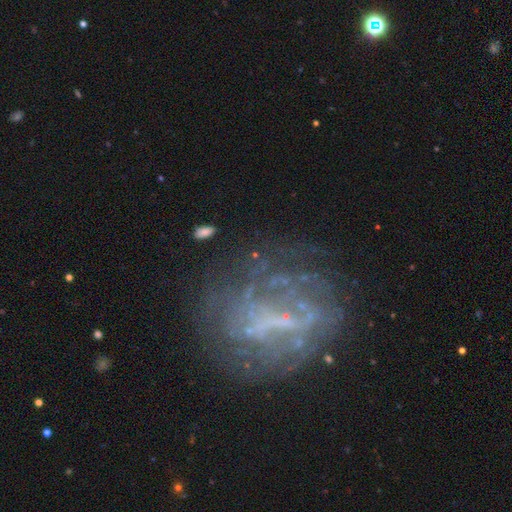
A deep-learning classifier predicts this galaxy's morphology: Smooth or featured?
  - featured or disk: 66% *
  - star or artifact: 18%
  - smooth: 16%
Edge-on disk?
  - no: 96% *
  - yes: 4%
Bar?
  - no: 44% *
  - weak: 32%
  - strong: 24%
Spiral arms?
  - no: 55% *
  - yes: 45%
Bulge size?
  - none: 46% *
  - small: 39%
  - moderate: 11%
  - large: 2%
  - dominant: 2%
Merging?
  - none: 60% *
  - major disturbance: 19%
  - minor disturbance: 17%
  - merger: 4%